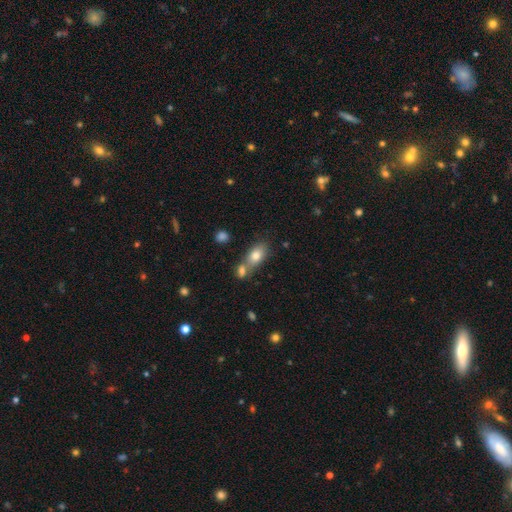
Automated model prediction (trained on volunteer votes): Smooth or featured? smooth (78%)
How rounded? in between (84%)
Merging? none (44%)